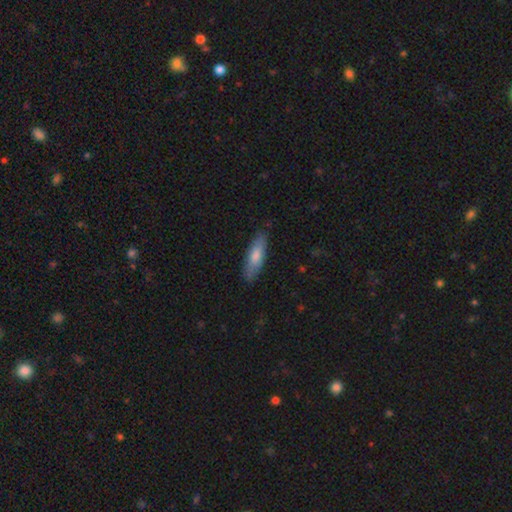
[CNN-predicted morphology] Smooth or featured: smooth — 72% (featured or disk — 22%)
How rounded: cigar-shaped — 59% (in between — 39%)
Merging: none — 86% (minor disturbance — 11%)